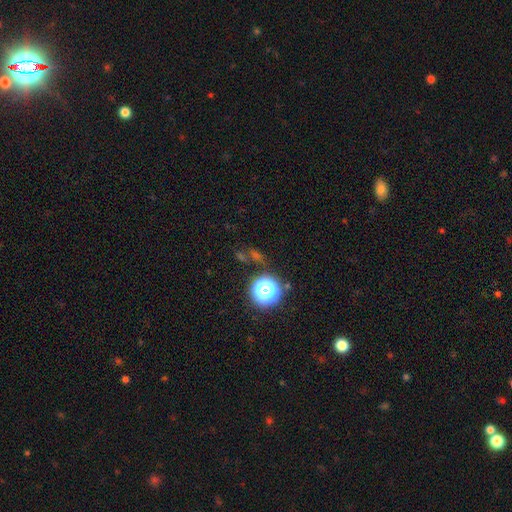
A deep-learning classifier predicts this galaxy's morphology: type=star or artifact (56%).